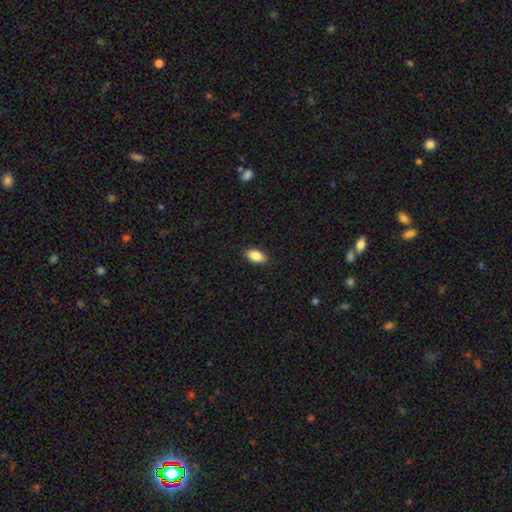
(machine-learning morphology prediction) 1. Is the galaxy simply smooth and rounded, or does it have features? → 86% smooth, 7% star or artifact, 6% featured or disk.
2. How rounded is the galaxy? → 92% in between, 6% round, 3% cigar-shaped.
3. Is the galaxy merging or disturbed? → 88% none, 9% minor disturbance, 2% major disturbance, 1% merger.